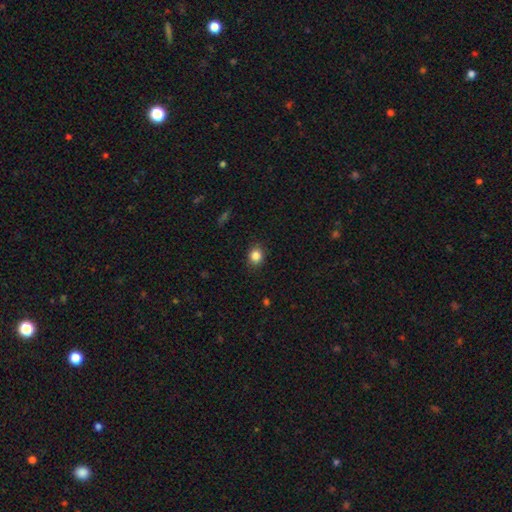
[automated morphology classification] Smooth or featured?
  - smooth: 85% *
  - star or artifact: 10%
  - featured or disk: 5%
How rounded?
  - round: 69% *
  - in between: 30%
  - cigar-shaped: 1%
Merging?
  - none: 88% *
  - minor disturbance: 9%
  - major disturbance: 2%
  - merger: 1%